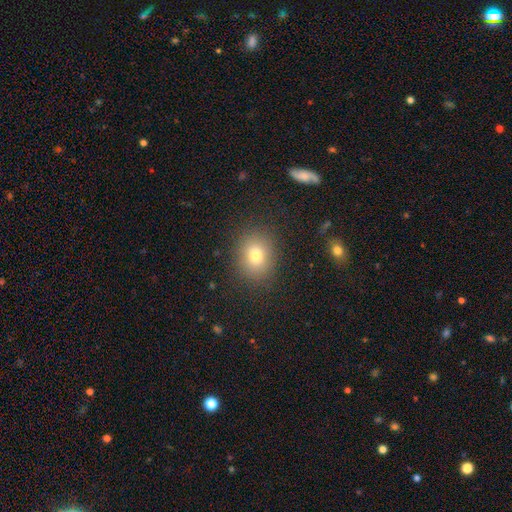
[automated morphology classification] Smooth or featured: smooth — 76% (star or artifact — 14%)
How rounded: round — 63% (in between — 36%)
Merging: none — 87% (minor disturbance — 8%)